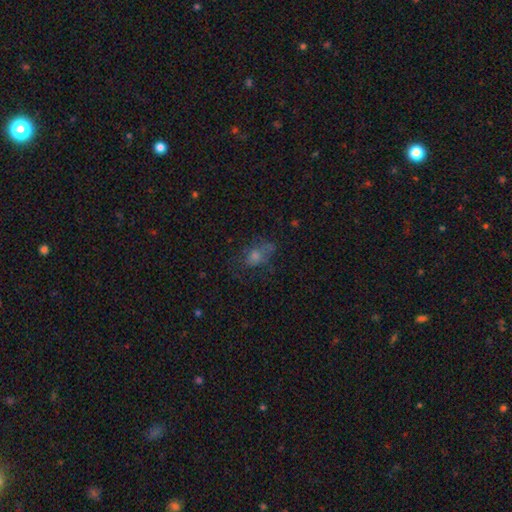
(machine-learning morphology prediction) Smooth or featured? Predicted: smooth (p=0.48). Merging? Predicted: none (p=0.53).